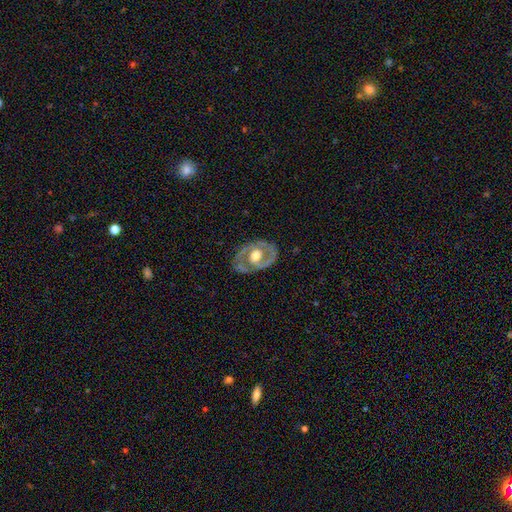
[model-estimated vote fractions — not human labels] This appears to be a featured or disk galaxy (75%) with no bar (67%), spiral arms (57%) and a moderate central bulge (57%). Merging: none (71%).